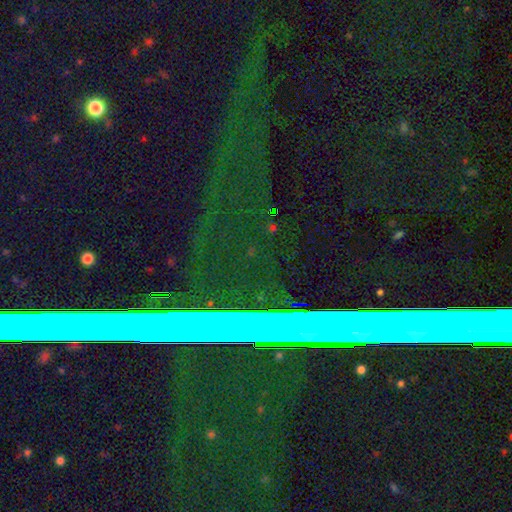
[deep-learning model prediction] Smooth or featured: star or artifact — 73% (featured or disk — 15%)